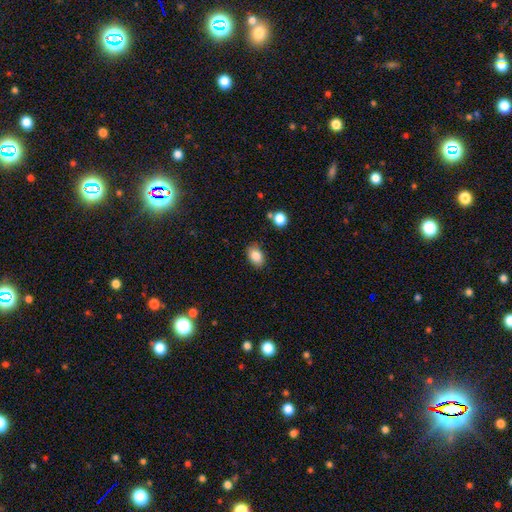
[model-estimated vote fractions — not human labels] The model was most divided on "how rounded": in between: 84%, round: 15%, cigar-shaped: 1%. More confident: smooth or featured — smooth (85%); merging — none (84%).